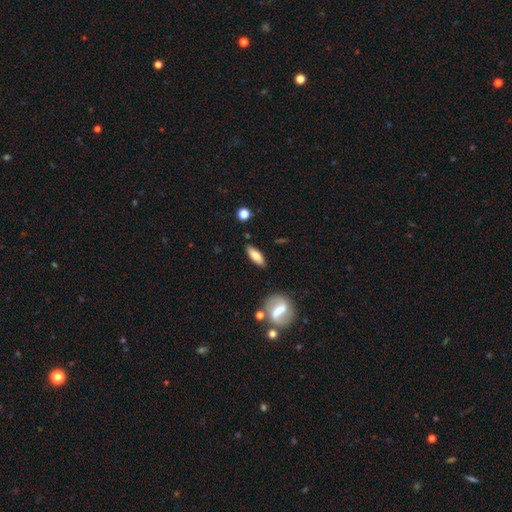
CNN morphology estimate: Overall: smooth (67%). How rounded: in between (67%; cigar-shaped 30%). Merging: none (85%).